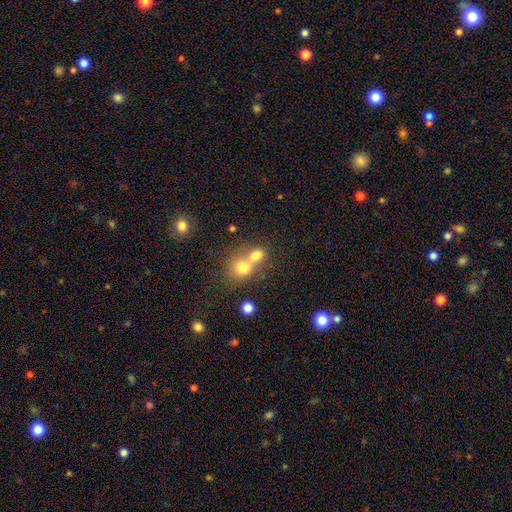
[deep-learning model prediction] Smooth or featured? smooth (75%)
How rounded? round (65%)
Merging? merger (61%)